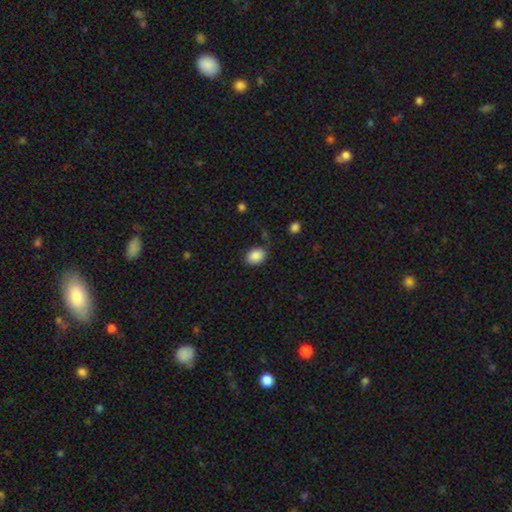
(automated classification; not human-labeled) A smooth galaxy with no disk features (87%) that is in between round and cigar-shaped (69%). Merging: none (76%).